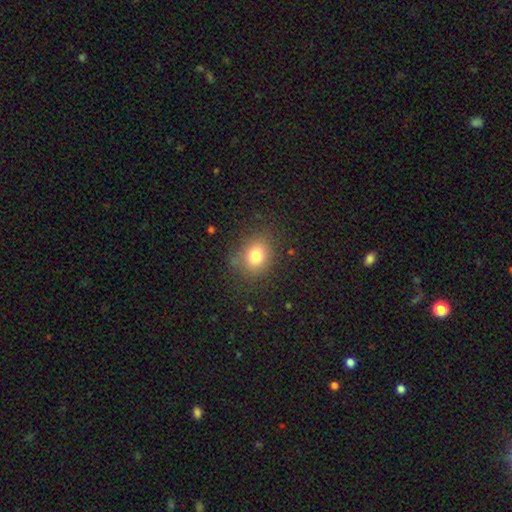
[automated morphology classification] Overall: smooth (77%). How rounded: round (57%; in between 42%). Merging: none (80%).